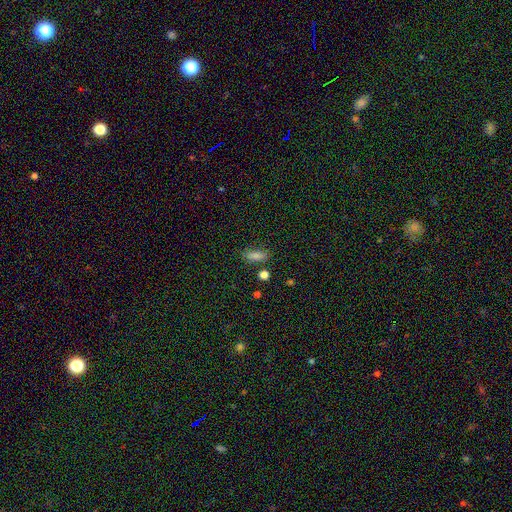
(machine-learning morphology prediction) smooth 76%, star or artifact 16%, featured or disk 8%. Down the decision tree: how rounded — in between (71%); merging — none (78%).